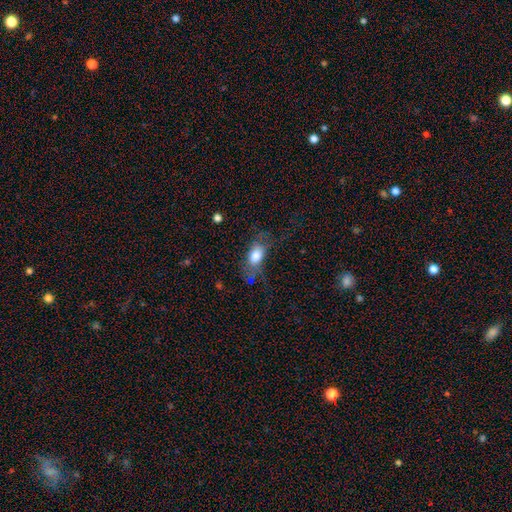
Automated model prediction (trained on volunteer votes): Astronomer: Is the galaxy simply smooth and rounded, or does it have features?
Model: smooth — 71%.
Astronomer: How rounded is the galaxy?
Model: in between — 82%.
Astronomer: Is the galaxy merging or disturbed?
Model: none — 44% (runner-up: major disturbance, 29%).